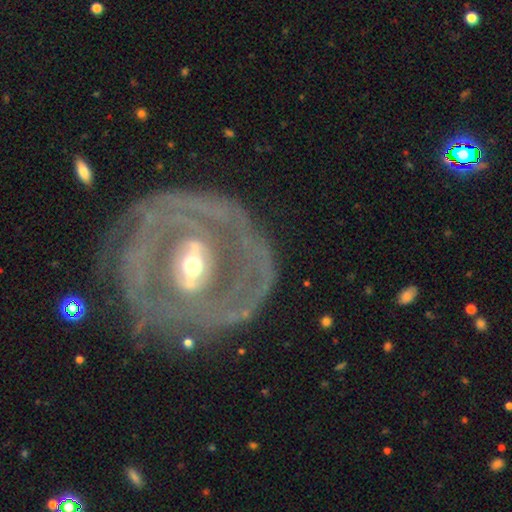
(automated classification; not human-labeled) Smooth or featured? featured or disk (81%)
Edge-on disk? no (92%)
Bar? strong (45%)
Spiral arms? yes (62%)
Bulge size? moderate (62%)
Merging? none (71%)